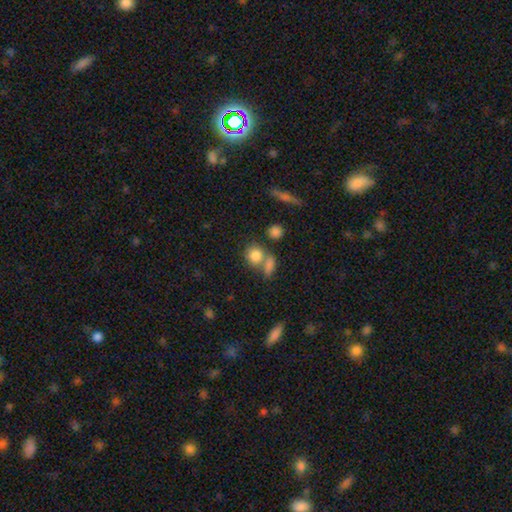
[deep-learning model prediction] Q: Smooth or featured?
A: smooth (82%); runner-up: star or artifact (10%)
Q: How rounded?
A: round (72%); runner-up: in between (26%)
Q: Merging?
A: none (47%); runner-up: merger (38%)